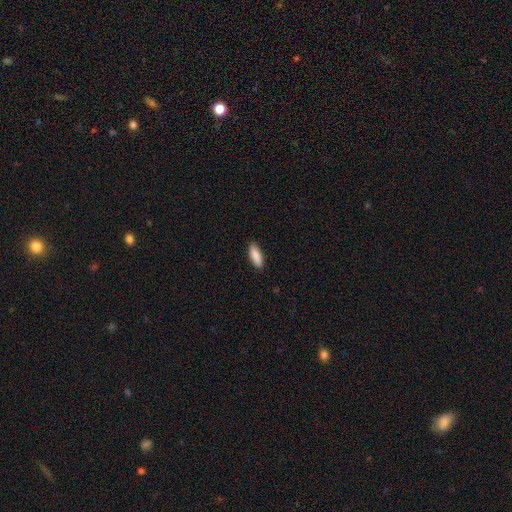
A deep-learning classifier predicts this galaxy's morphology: A smooth galaxy with no disk features (89%) that is in between round and cigar-shaped (68%).

Vote fractions:
- Smooth or featured? smooth: 89% / star or artifact: 6% / featured or disk: 5%
- How rounded? in between: 68% / cigar-shaped: 30% / round: 2%
- Merging? none: 88% / minor disturbance: 9% / major disturbance: 2% / merger: 1%